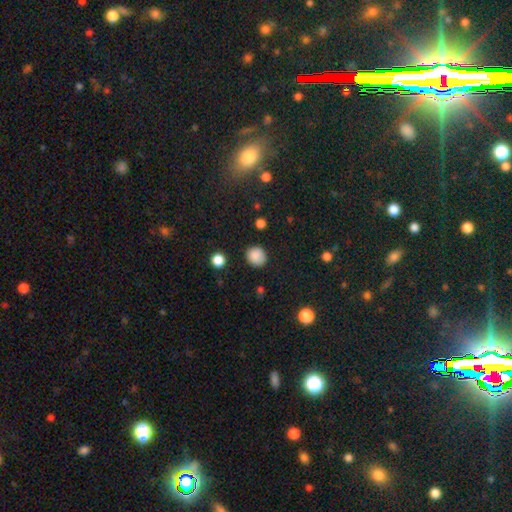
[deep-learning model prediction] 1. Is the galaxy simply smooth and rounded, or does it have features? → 86% smooth, 10% star or artifact, 4% featured or disk.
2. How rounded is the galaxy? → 83% round, 16% in between, 1% cigar-shaped.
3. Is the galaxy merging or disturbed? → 85% none, 11% minor disturbance, 3% major disturbance, 2% merger.